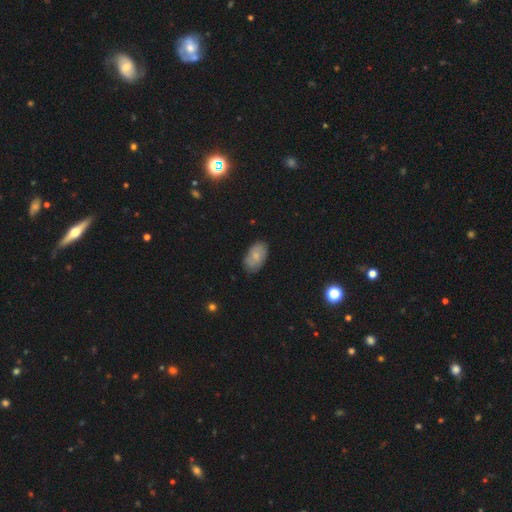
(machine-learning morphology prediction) smooth_or_featured: smooth (p=0.69) [alt: featured or disk p=0.24]
how_rounded: in between (p=0.93) [alt: round p=0.06]
merging: none (p=0.76) [alt: minor disturbance p=0.19]